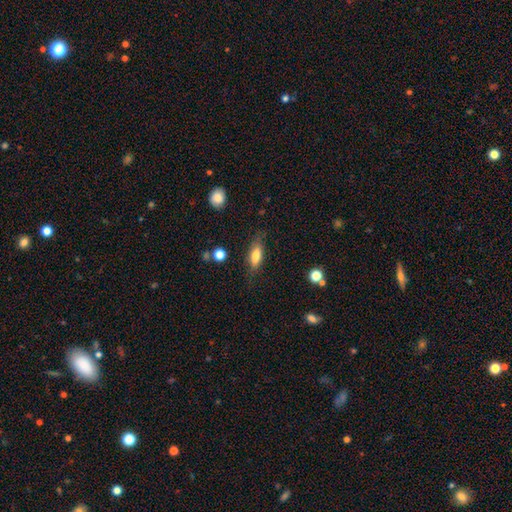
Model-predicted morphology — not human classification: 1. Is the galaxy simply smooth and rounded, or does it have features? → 74% smooth, 18% featured or disk, 8% star or artifact.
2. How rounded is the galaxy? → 67% in between, 30% cigar-shaped, 3% round.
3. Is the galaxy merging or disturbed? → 74% none, 18% minor disturbance, 6% major disturbance, 2% merger.